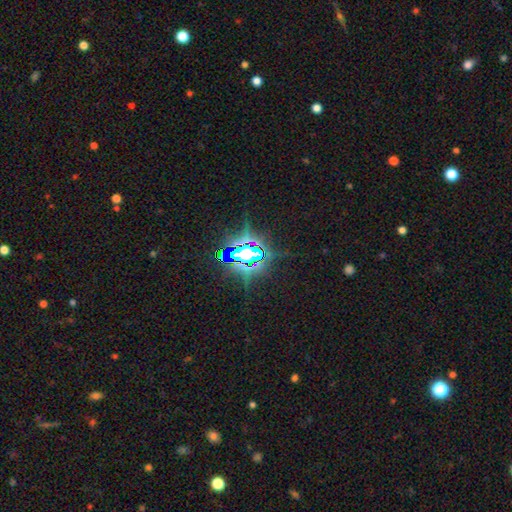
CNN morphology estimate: Q: Smooth or featured?
A: star or artifact (84%); runner-up: smooth (9%)